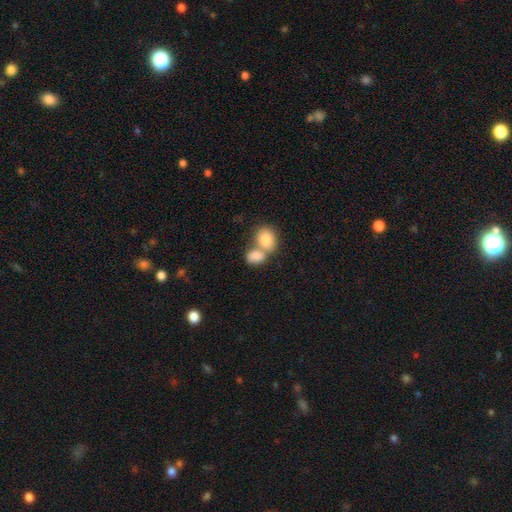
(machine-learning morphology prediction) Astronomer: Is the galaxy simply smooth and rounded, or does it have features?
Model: smooth — 83%.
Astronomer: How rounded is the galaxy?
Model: in between — 70%.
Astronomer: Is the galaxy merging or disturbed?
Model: merger — 64%.